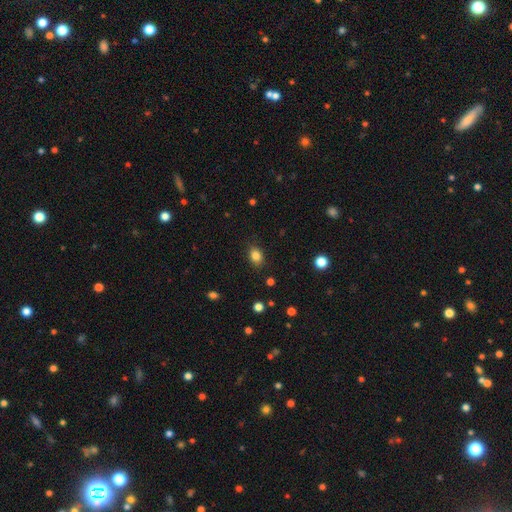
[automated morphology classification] smooth 83%, star or artifact 11%, featured or disk 6%. Down the decision tree: how rounded — in between (68%); merging — none (85%).